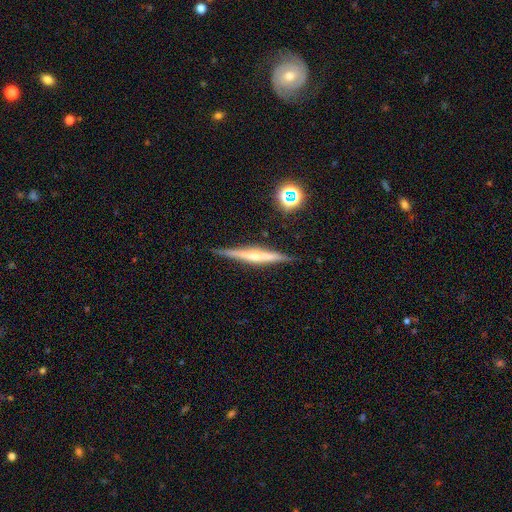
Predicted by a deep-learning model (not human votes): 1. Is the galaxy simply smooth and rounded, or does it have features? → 68% featured or disk, 24% smooth, 8% star or artifact.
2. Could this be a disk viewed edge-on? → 98% yes, 2% no.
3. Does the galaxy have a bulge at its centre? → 61% rounded, 26% none, 13% boxy.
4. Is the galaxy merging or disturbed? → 88% none, 9% minor disturbance, 2% major disturbance, 1% merger.